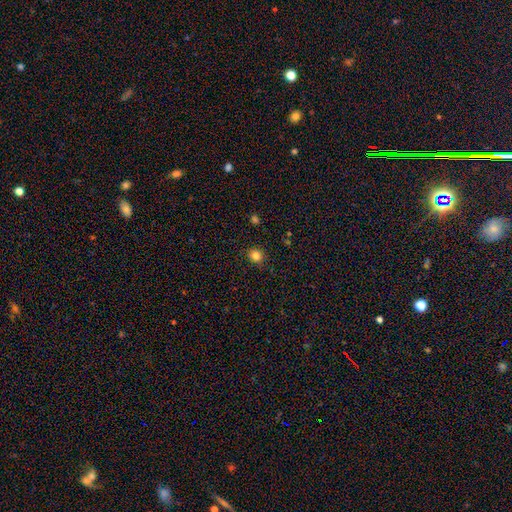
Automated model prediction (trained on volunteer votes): This appears to be a smooth galaxy with no disk features (83%) that is round (84%). Merging: none (90%).